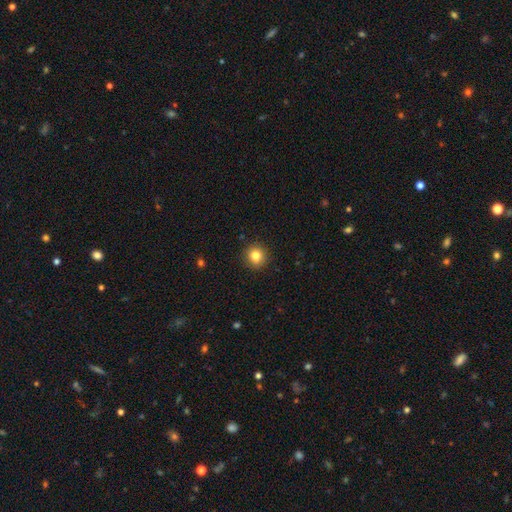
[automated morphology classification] Overall: smooth (82%). How rounded: round (91%). Merging: none (91%).